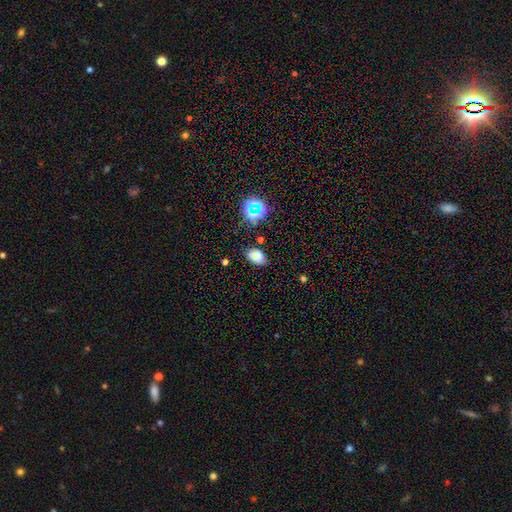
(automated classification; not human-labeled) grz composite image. It shows a smooth galaxy with no disk features (69%) that is in between round and cigar-shaped (84%). Merging: none (80%).